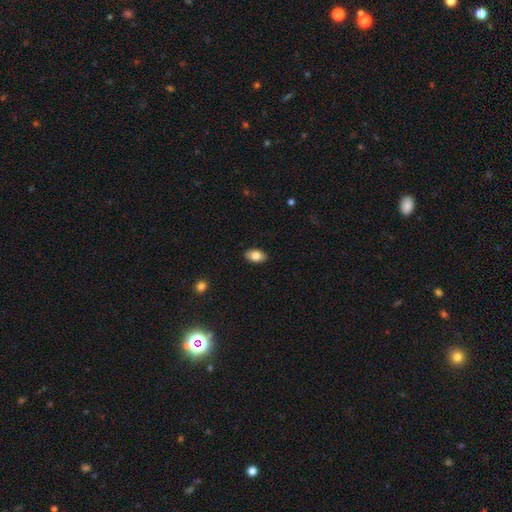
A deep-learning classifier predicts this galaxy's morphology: Smooth or featured: smooth — 81% (featured or disk — 12%)
How rounded: in between — 92% (round — 6%)
Merging: none — 89% (minor disturbance — 8%)